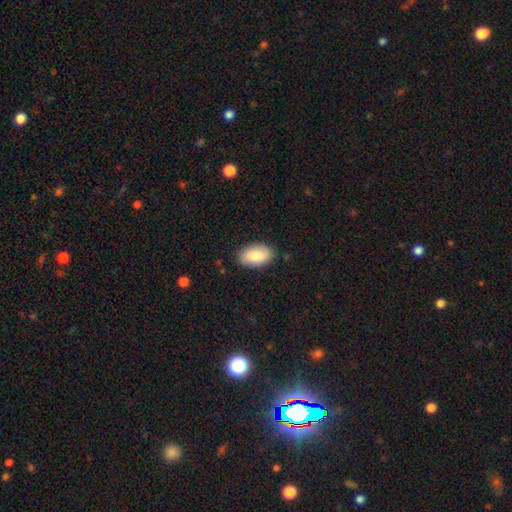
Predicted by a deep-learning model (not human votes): smooth_or_featured: smooth (p=0.82) [alt: featured or disk p=0.12]
how_rounded: in between (p=0.94) [alt: round p=0.04]
merging: none (p=0.85) [alt: minor disturbance p=0.11]